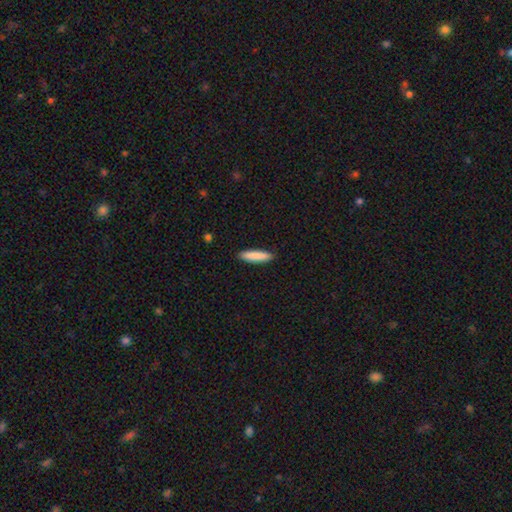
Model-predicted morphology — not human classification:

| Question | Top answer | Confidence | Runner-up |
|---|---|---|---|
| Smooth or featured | smooth | 87% | featured or disk (7%) |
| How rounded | cigar-shaped | 80% | in between (18%) |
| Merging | none | 90% | minor disturbance (7%) |